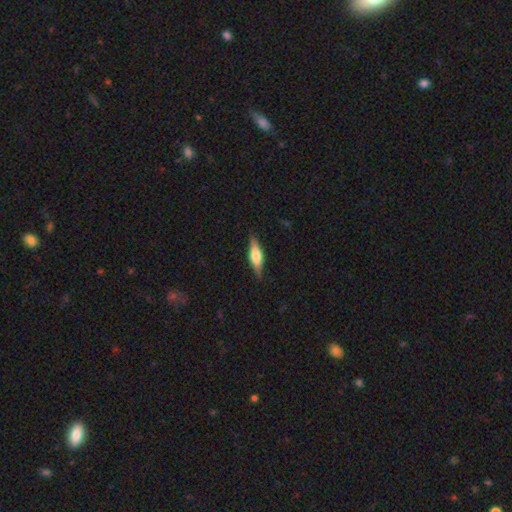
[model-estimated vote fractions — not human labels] This appears to be a featured or disk galaxy (52%) viewed edge-on (94%). Merging: none (85%).